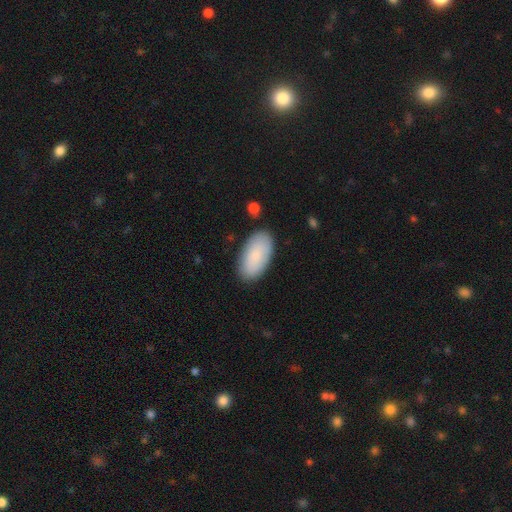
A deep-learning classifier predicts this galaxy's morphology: The model was most divided on "merging": none: 85%, minor disturbance: 11%, major disturbance: 3%, merger: 2%. More confident: how rounded — in between (95%); smooth or featured — smooth (85%).